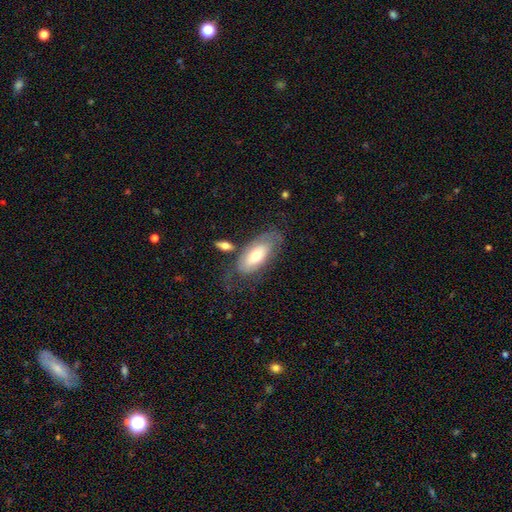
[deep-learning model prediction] A smooth galaxy with no disk features (54%) that is in between round and cigar-shaped (88%). Merging: none (54%).